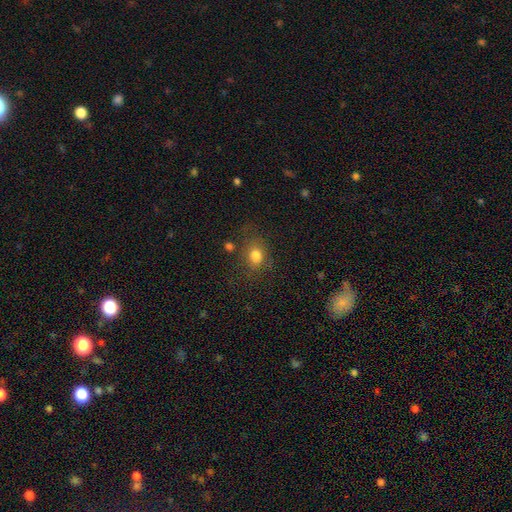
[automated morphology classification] Smooth or featured? Predicted: smooth (p=0.80). How rounded? Predicted: in between (p=0.52). Merging? Predicted: none (p=0.71).